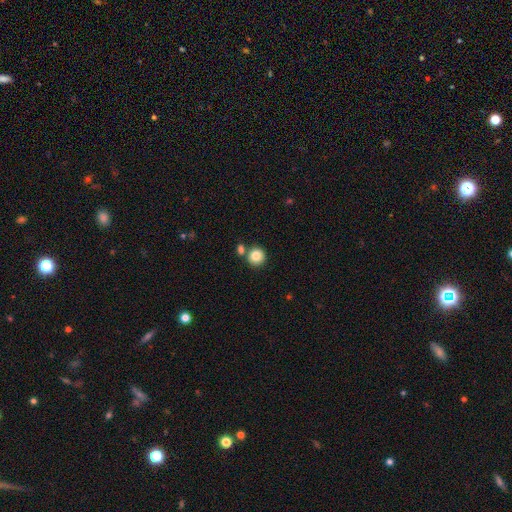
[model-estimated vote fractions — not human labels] smooth 84%, star or artifact 9%, featured or disk 7%. Down the decision tree: how rounded — round (93%); merging — none (71%).